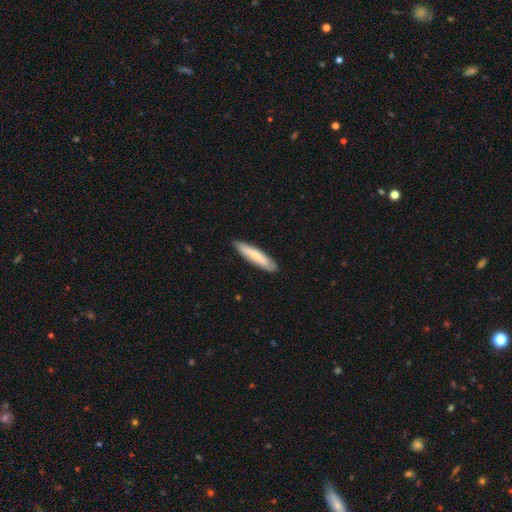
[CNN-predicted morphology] smooth_or_featured: smooth (p=0.70) [alt: featured or disk p=0.25]
how_rounded: cigar-shaped (p=0.84) [alt: in between p=0.15]
merging: none (p=0.88) [alt: minor disturbance p=0.10]